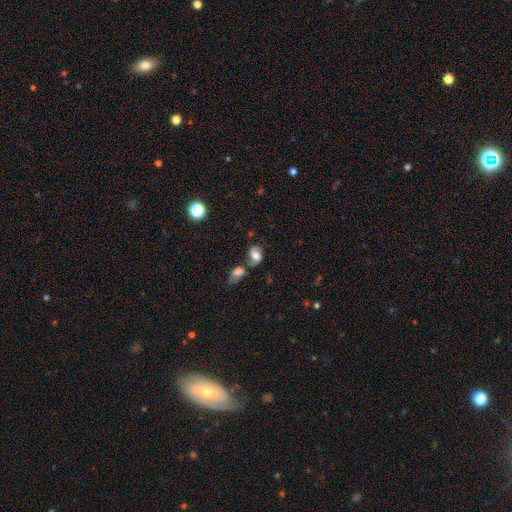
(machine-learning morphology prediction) This appears to be a smooth galaxy with no disk features (50%). Merging: none (40%).